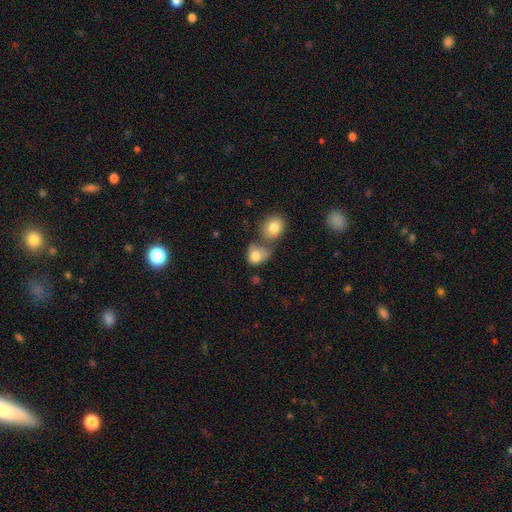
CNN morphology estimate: type=smooth (79%); roundness=round (52%); merging=merger (47%).